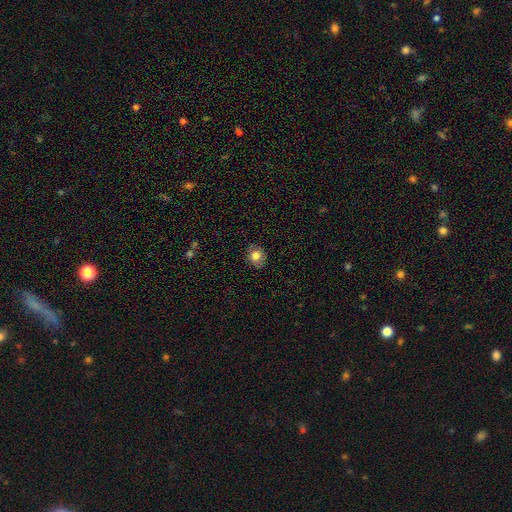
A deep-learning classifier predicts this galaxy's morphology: Q: Smooth or featured?
A: smooth (77%); runner-up: featured or disk (13%)
Q: How rounded?
A: round (73%); runner-up: in between (26%)
Q: Merging?
A: none (84%); runner-up: minor disturbance (12%)